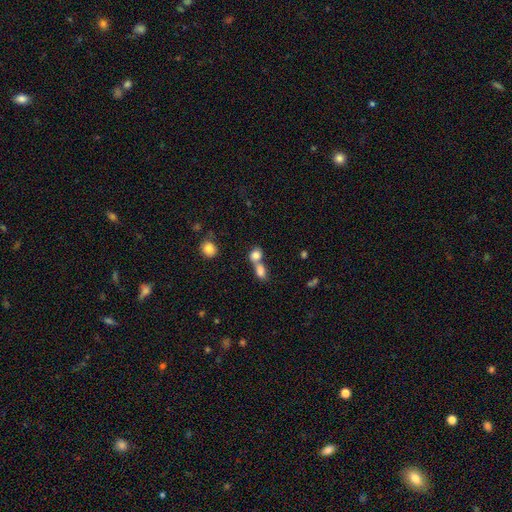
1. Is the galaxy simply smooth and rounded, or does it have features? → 87% smooth, 8% star or artifact, 5% featured or disk.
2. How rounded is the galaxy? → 67% round, 33% in between, 0% cigar-shaped.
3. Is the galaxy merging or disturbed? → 83% merger, 14% none, 3% major disturbance, 0% minor disturbance.